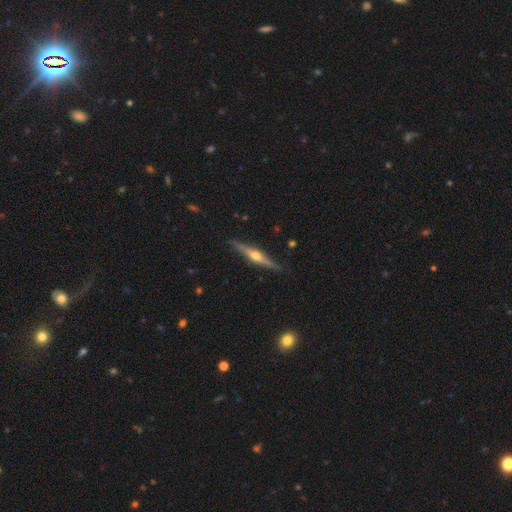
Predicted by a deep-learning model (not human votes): smooth-or-featured: featured or disk: 72% | smooth: 22% | star or artifact: 6%
  disk-edge-on: yes: 97% | no: 3%
    edge-on-bulge: rounded: 90% | boxy: 5% | none: 5%
  merging: none: 87% | minor disturbance: 10% | major disturbance: 2% | merger: 1%